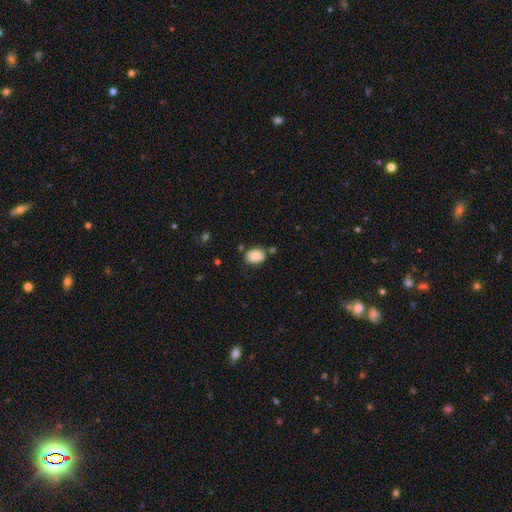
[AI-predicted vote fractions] This appears to be a smooth galaxy with no disk features (82%) that is in between round and cigar-shaped (70%). Merging: none (72%).